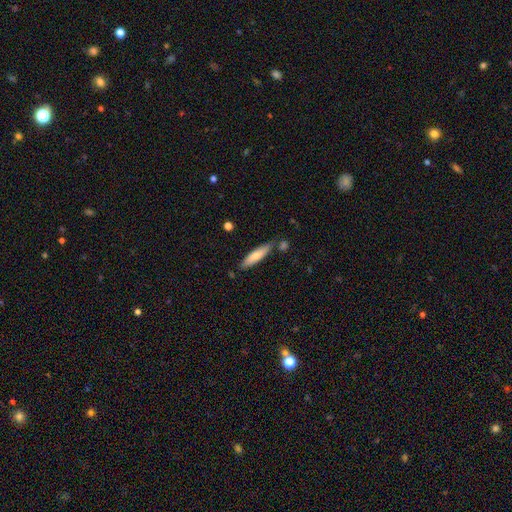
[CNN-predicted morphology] The model was most divided on "smooth or featured": smooth: 69%, featured or disk: 26%, star or artifact: 6%. More confident: how rounded — cigar-shaped (79%); merging — none (77%).